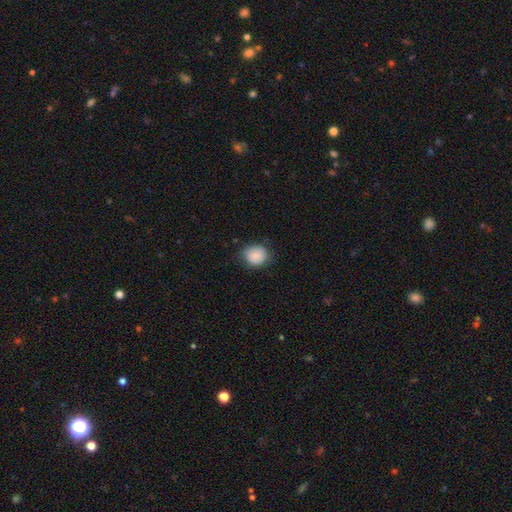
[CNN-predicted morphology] smooth-or-featured: smooth: 88% | star or artifact: 8% | featured or disk: 5%
  how-rounded: round: 71% | in between: 28% | cigar-shaped: 1%
  merging: none: 74% | minor disturbance: 20% | major disturbance: 4% | merger: 1%